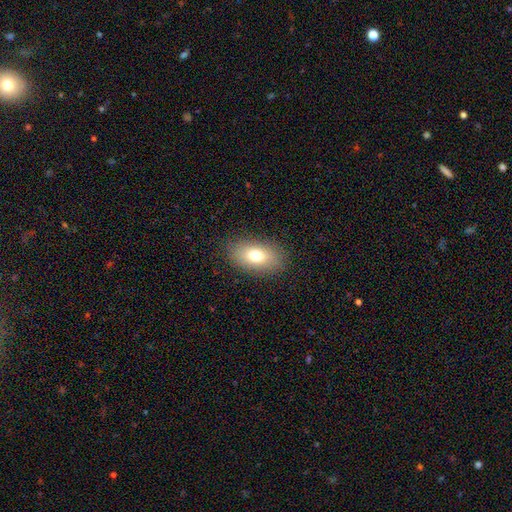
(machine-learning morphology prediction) Overall: smooth (76%). How rounded: in between (91%). Merging: none (86%).